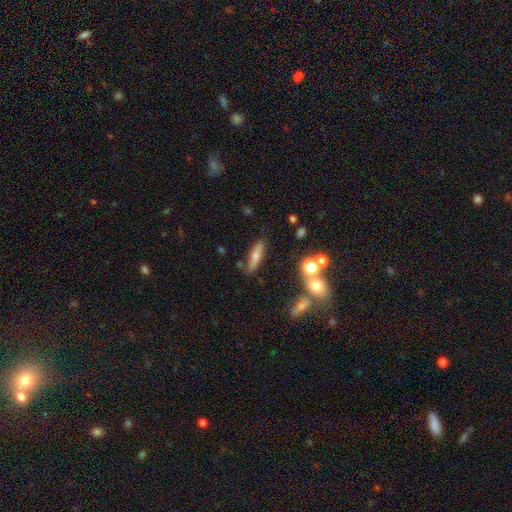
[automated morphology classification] type=smooth (52%); roundness=cigar-shaped (67%); merging=none (80%).